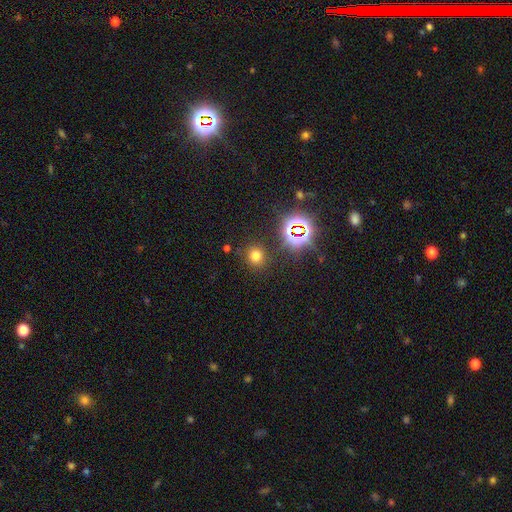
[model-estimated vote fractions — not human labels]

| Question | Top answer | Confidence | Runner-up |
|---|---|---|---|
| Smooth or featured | smooth | 66% | star or artifact (27%) |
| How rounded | round | 85% | in between (14%) |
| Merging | none | 84% | minor disturbance (9%) |